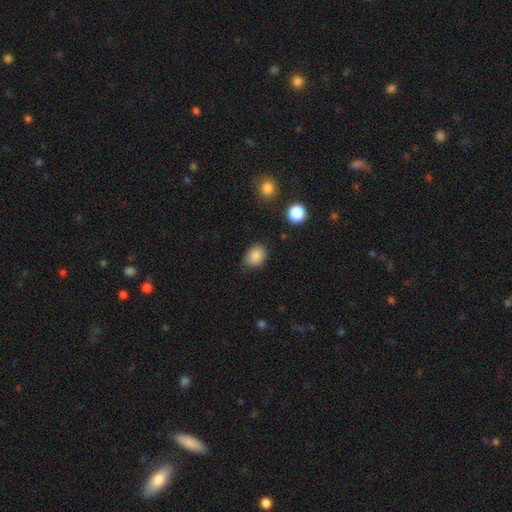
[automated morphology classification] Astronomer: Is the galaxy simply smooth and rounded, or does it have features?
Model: smooth — 85%.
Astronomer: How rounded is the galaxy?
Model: in between — 64%.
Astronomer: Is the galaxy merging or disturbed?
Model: none — 73%.